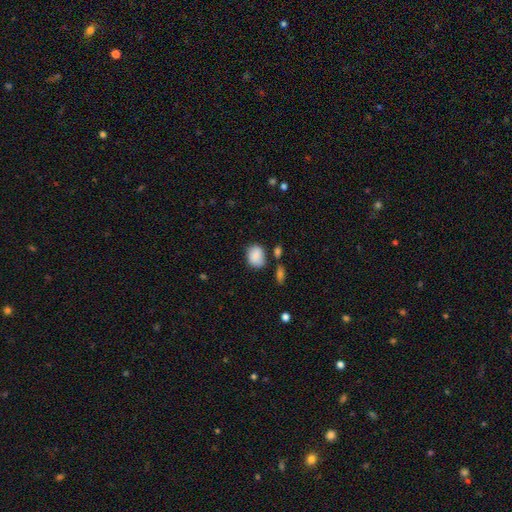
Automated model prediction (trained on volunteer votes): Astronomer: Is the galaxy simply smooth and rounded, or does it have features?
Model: smooth — 86%.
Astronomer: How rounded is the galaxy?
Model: in between — 55% (runner-up: round, 44%).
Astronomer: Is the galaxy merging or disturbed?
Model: none — 66%.